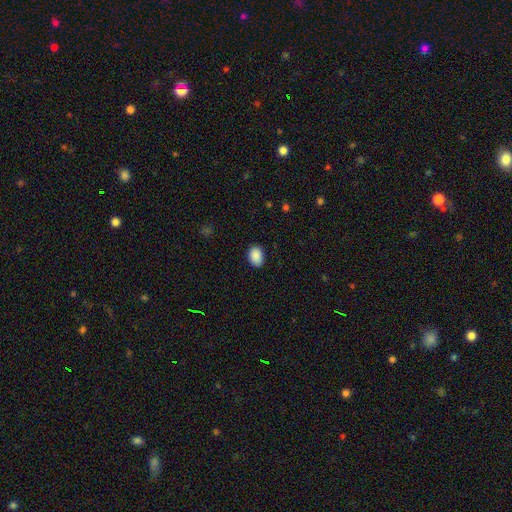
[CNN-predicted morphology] Overall: smooth (90%). How rounded: in between (76%). Merging: none (87%).